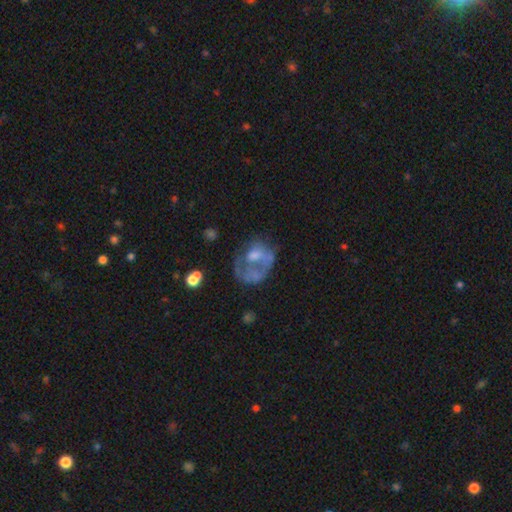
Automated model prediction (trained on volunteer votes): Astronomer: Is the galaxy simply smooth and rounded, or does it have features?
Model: featured or disk — 56% (runner-up: smooth, 31%).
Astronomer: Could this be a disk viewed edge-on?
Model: no — 98%.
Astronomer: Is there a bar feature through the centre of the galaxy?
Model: no — 87%.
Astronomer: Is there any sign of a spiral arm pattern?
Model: no — 82%.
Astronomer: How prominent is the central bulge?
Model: moderate — 37% (runner-up: none, 34%).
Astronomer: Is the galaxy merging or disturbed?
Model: major disturbance — 36% (runner-up: none, 32%).